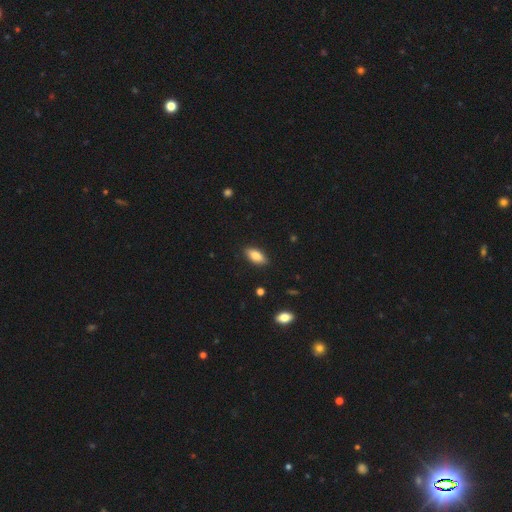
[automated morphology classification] smooth_or_featured: smooth (p=0.82) [alt: featured or disk p=0.11]
how_rounded: in between (p=0.86) [alt: cigar-shaped p=0.11]
merging: none (p=0.87) [alt: minor disturbance p=0.10]